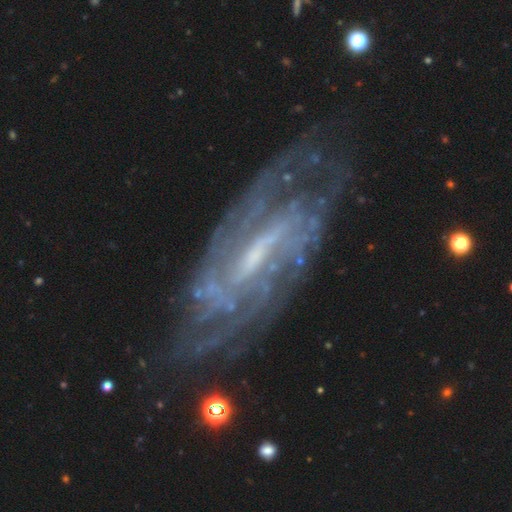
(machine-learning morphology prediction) Smooth or featured? featured or disk (86%)
Edge-on disk? no (91%)
Bar? weak (44%)
Spiral arms? yes (94%)
Spiral winding? tight (57%)
Spiral arm count? can't tell (45%)
Bulge size? small (51%)
Merging? none (74%)